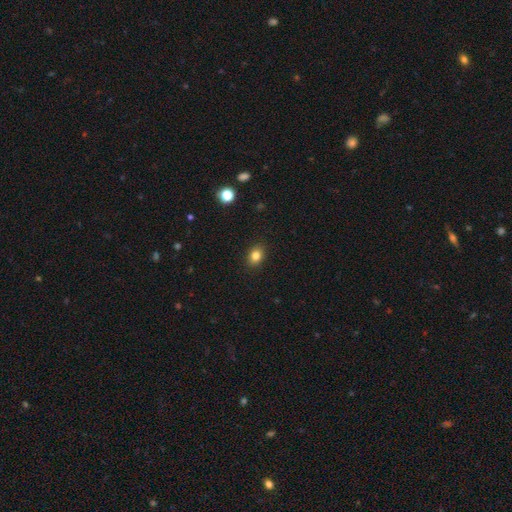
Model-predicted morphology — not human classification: The model was most divided on "how rounded": in between: 59%, round: 40%, cigar-shaped: 1%. More confident: merging — none (89%); smooth or featured — smooth (83%).